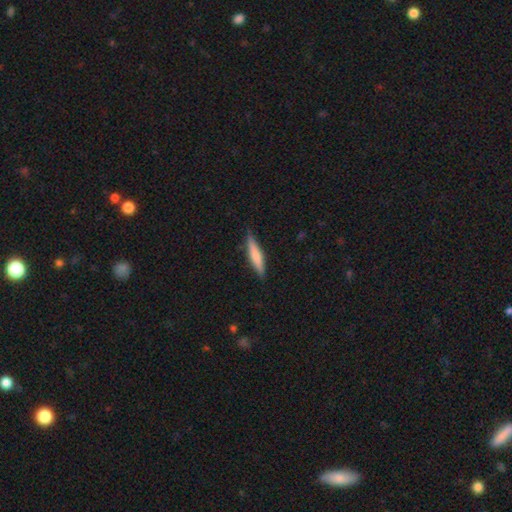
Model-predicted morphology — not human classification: type=smooth (66%); roundness=cigar-shaped (86%); merging=none (87%).